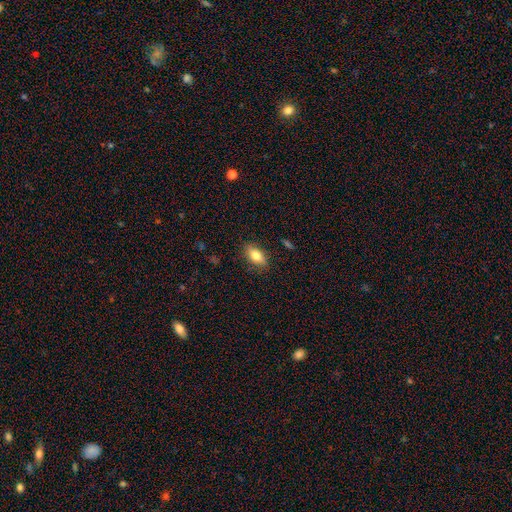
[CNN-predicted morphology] smooth-or-featured: smooth: 78% | featured or disk: 15% | star or artifact: 8%
  how-rounded: in between: 86% | cigar-shaped: 7% | round: 7%
  merging: none: 85% | minor disturbance: 12% | major disturbance: 2% | merger: 1%